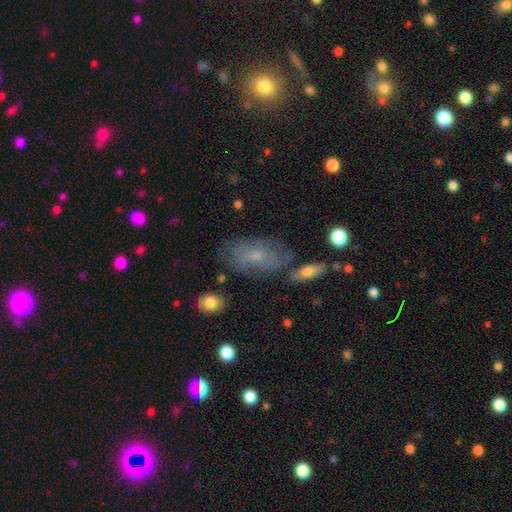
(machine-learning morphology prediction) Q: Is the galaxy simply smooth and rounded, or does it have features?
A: featured or disk — 45%.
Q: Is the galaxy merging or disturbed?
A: none — 61%.